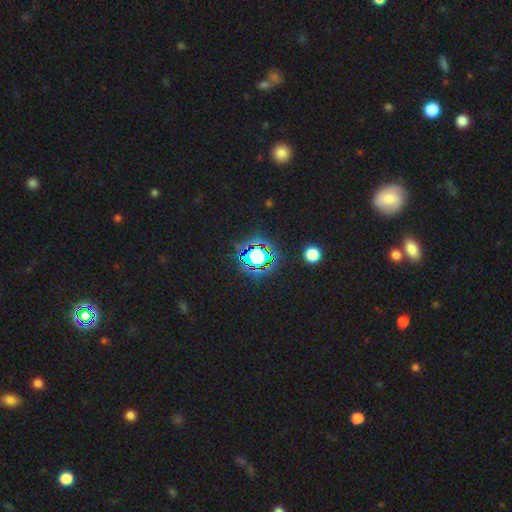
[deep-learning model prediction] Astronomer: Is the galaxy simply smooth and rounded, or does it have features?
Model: star or artifact — 70%.